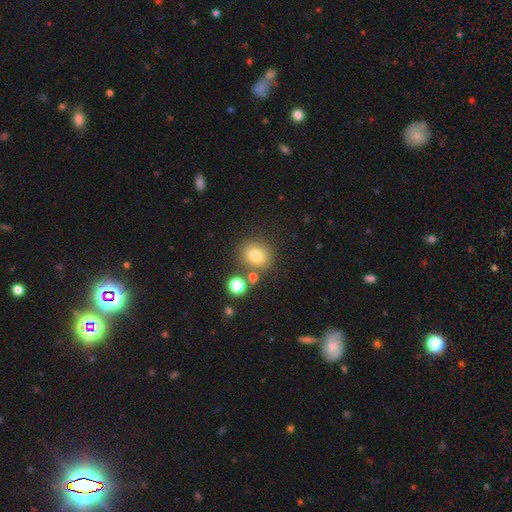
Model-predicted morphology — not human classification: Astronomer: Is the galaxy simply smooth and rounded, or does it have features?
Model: smooth — 77%.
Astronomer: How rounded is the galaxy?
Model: round — 76%.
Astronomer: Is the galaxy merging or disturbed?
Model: none — 75%.